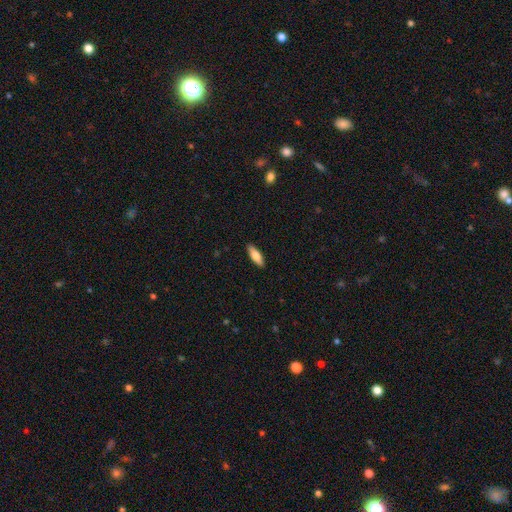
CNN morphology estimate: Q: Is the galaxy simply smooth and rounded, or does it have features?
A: smooth — 73%.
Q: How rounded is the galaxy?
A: in between — 53%.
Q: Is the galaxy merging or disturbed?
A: none — 90%.